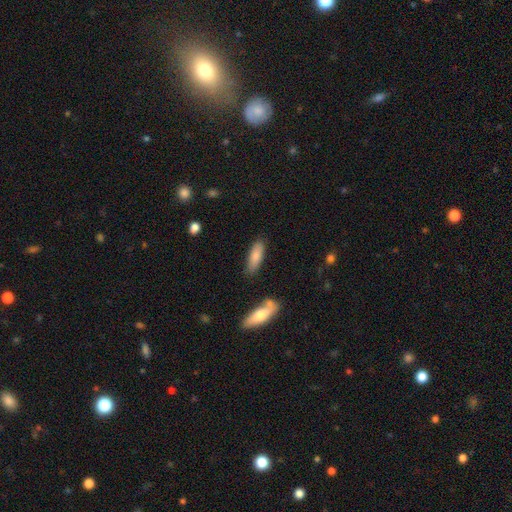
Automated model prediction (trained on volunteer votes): Smooth or featured? Predicted: smooth (p=0.82). How rounded? Predicted: in between (p=0.53). Merging? Predicted: none (p=0.78).